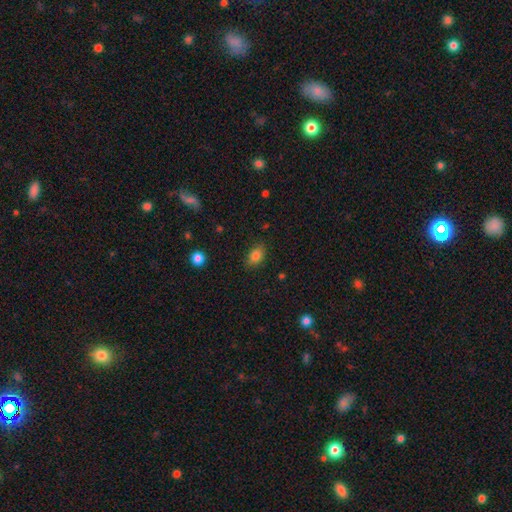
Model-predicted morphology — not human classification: smooth_or_featured: smooth (p=0.83) [alt: star or artifact p=0.11]
how_rounded: in between (p=0.78) [alt: round p=0.20]
merging: none (p=0.81) [alt: minor disturbance p=0.14]